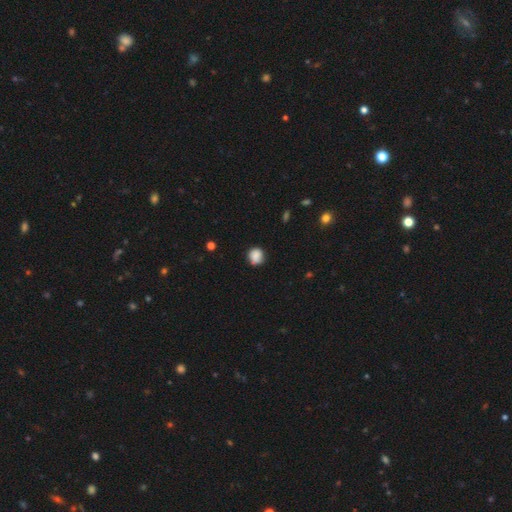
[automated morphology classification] This is clearly a smooth galaxy (86%). How rounded: clearly round (82%). Merging: likely none (76%).